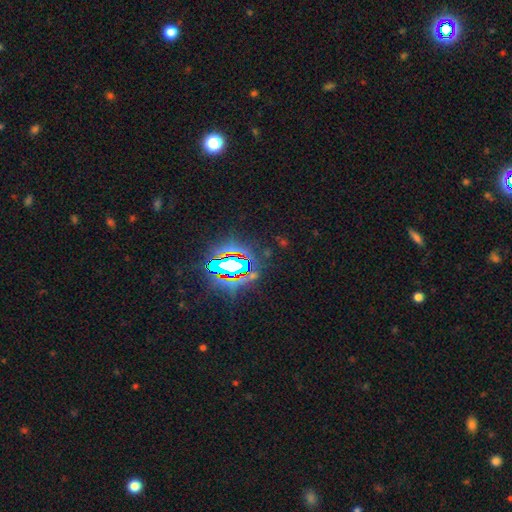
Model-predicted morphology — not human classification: Smooth or featured: star or artifact — 82% (smooth — 10%)